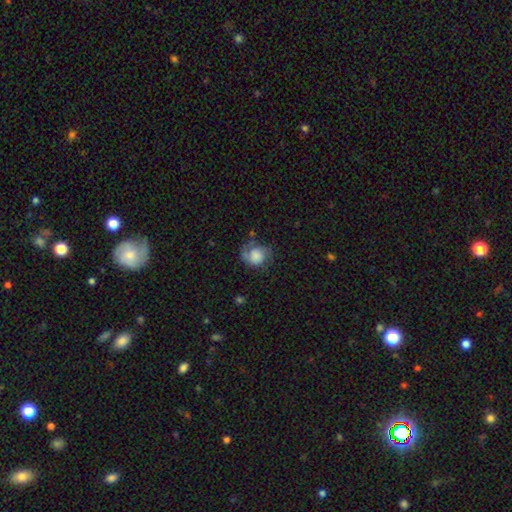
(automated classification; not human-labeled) This appears to be a smooth galaxy with no disk features (55%) that is round (70%). Merging: none (48%).